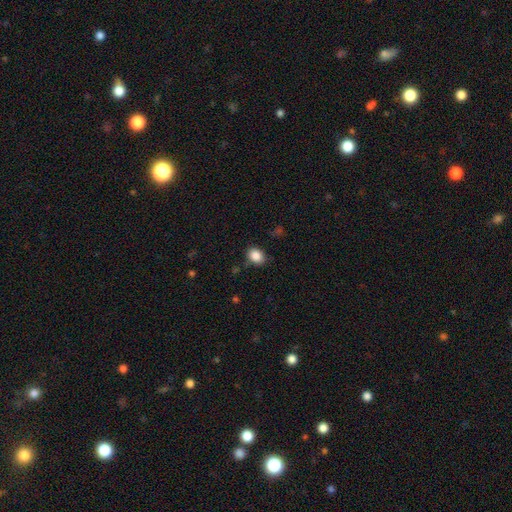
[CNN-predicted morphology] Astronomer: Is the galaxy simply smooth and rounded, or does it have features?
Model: smooth — 87%.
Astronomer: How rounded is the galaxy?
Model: in between — 58% (runner-up: round, 41%).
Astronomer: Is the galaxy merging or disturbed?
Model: none — 80%.